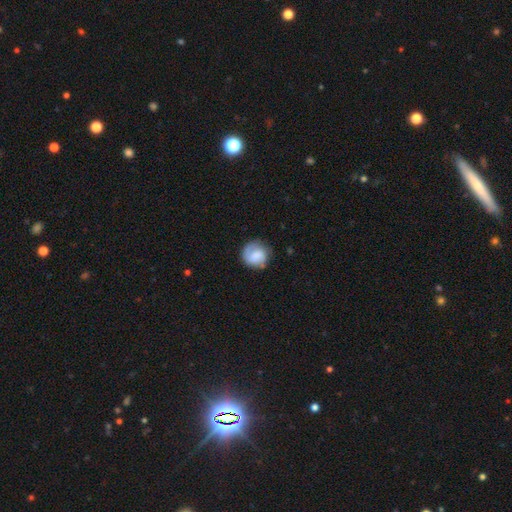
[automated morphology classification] smooth 62%, featured or disk 32%, star or artifact 7%. Down the decision tree: how rounded — round (86%); merging — none (70%).